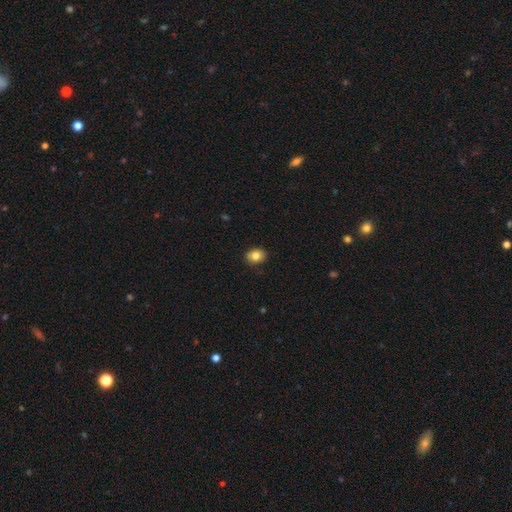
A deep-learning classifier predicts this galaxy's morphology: smooth-or-featured: smooth: 82% | featured or disk: 9% | star or artifact: 9%
  how-rounded: in between: 51% | round: 48% | cigar-shaped: 1%
  merging: none: 89% | minor disturbance: 9% | major disturbance: 2% | merger: 1%